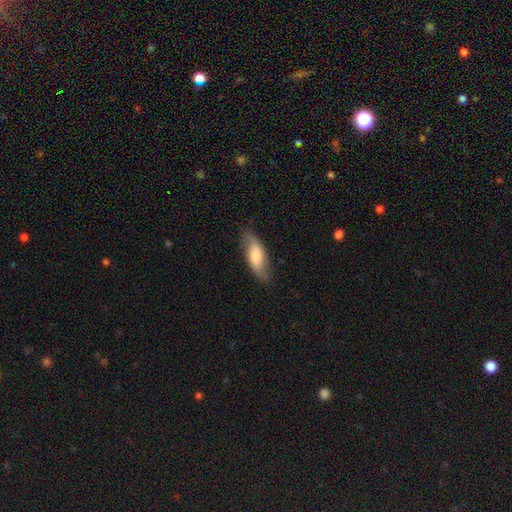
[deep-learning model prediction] The model was most divided on "smooth or featured": smooth: 56%, featured or disk: 38%, star or artifact: 6%. More confident: merging — none (78%); how rounded — in between (71%).